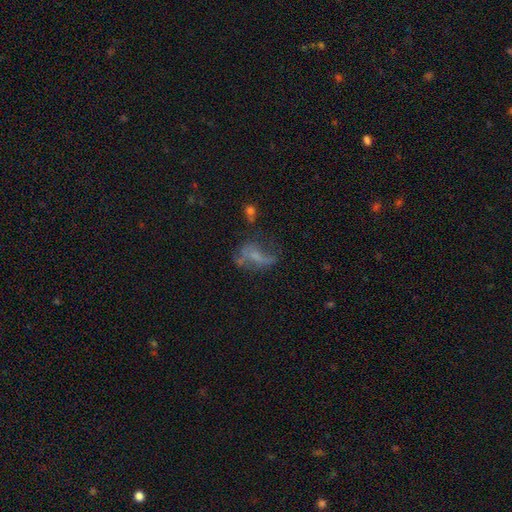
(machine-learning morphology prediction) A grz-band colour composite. It shows a featured or disk galaxy (55%) with no bar (63%), no spiral arms (51%) and no central bulge (43%). Merging: none (35%, tied with major disturbance).